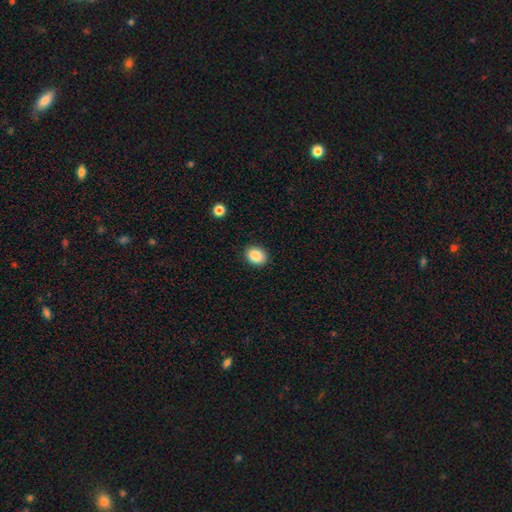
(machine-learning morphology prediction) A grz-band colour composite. It shows a smooth galaxy with no disk features (87%) that is round (51%). Merging: none (90%).